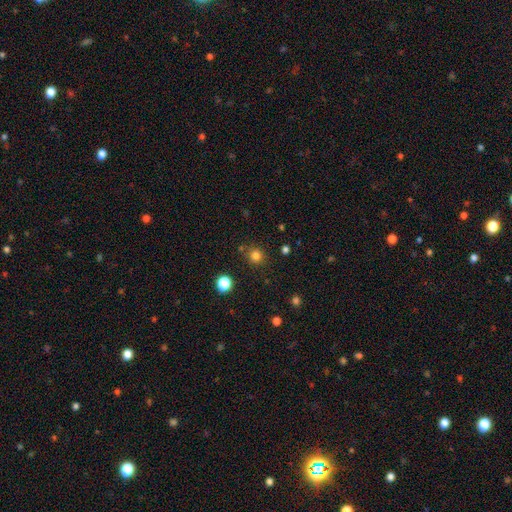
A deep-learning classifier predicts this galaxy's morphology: Smooth or featured?
  - smooth: 79% *
  - star or artifact: 16%
  - featured or disk: 5%
How rounded?
  - round: 91% *
  - in between: 8%
  - cigar-shaped: 1%
Merging?
  - none: 82% *
  - minor disturbance: 9%
  - merger: 6%
  - major disturbance: 3%